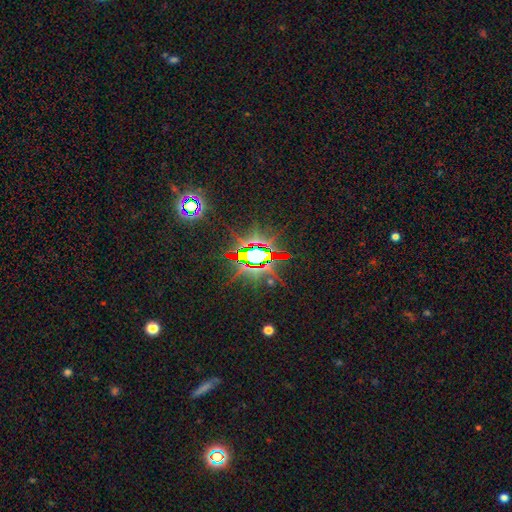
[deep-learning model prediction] Smooth or featured? star or artifact (82%)